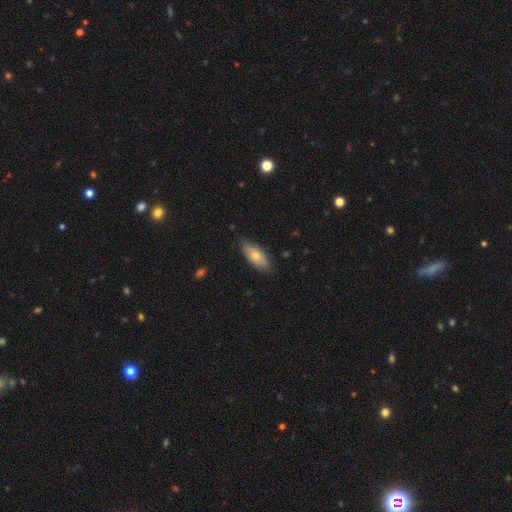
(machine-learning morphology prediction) Overall: smooth (75%). How rounded: in between (86%). Merging: none (82%).